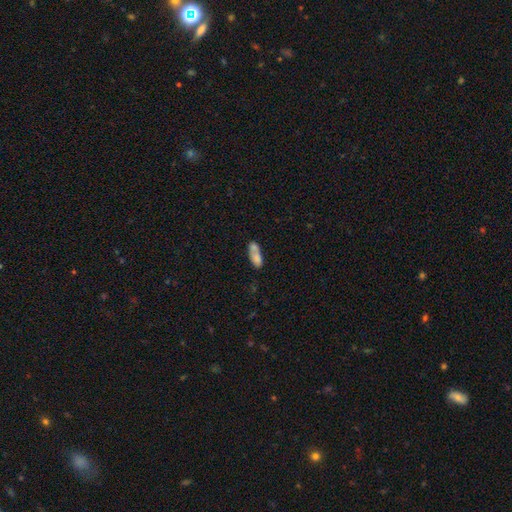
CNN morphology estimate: Smooth or featured? smooth (72%)
How rounded? in between (78%)
Merging? merger (45%)